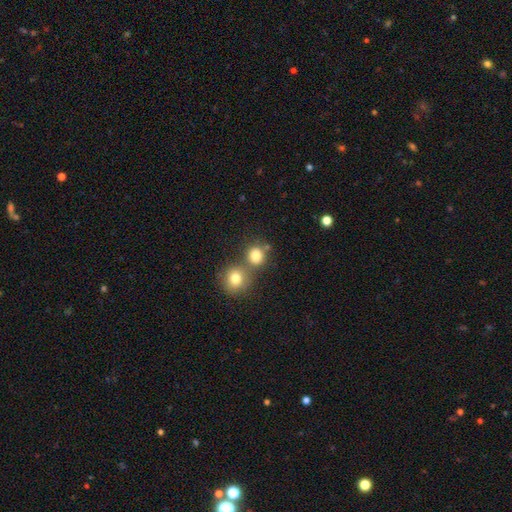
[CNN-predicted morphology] Smooth or featured? smooth (80%)
How rounded? round (81%)
Merging? none (51%)